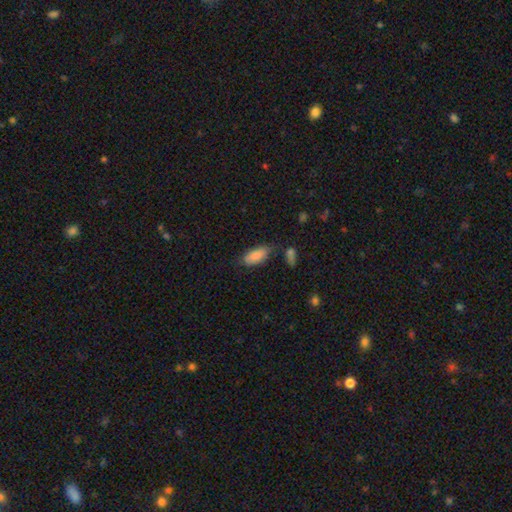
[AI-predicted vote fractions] The model was most divided on "merging": none: 62%, minor disturbance: 24%, merger: 7%, major disturbance: 7%. More confident: smooth or featured — smooth (87%); how rounded — in between (86%).